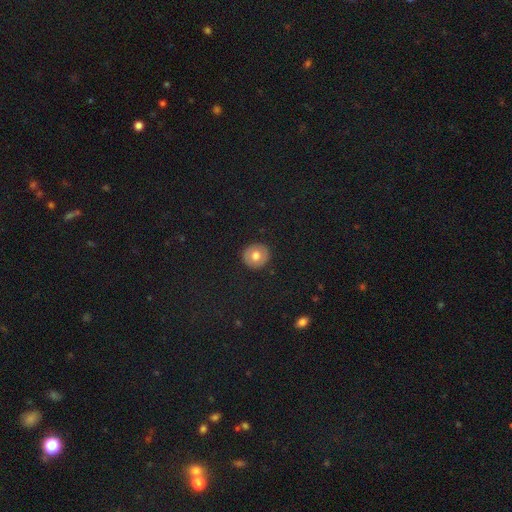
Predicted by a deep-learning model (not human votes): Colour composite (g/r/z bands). It shows a smooth galaxy with no disk features (68%) that is round (90%). Merging: none (90%).